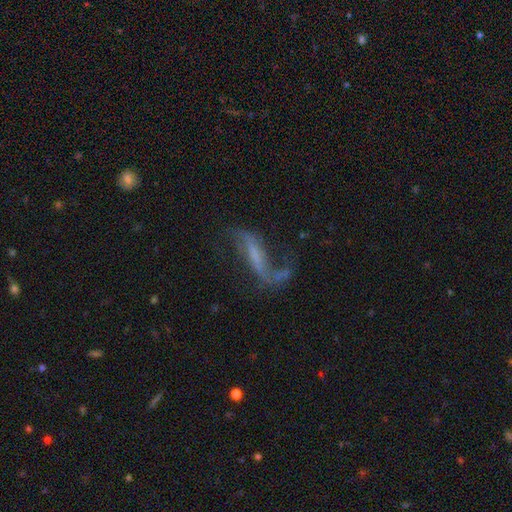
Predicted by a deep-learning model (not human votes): featured or disk 76%, smooth 14%, star or artifact 10%. Down the decision tree: edge-on disk — no (85%); bar — strong (39%); spiral arms — yes (88%); spiral arm count — 2 (81%); spiral winding — loose (87%); bulge size — none (48%); merging — none (50%).